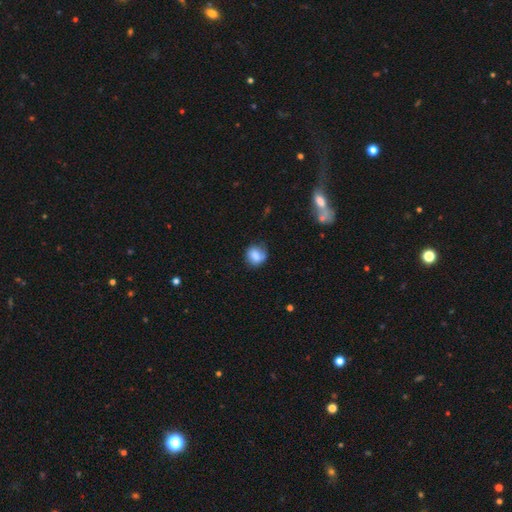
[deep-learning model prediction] This is likely a smooth galaxy (76%). How rounded: likely round (72%). Merging: possibly none (58%).